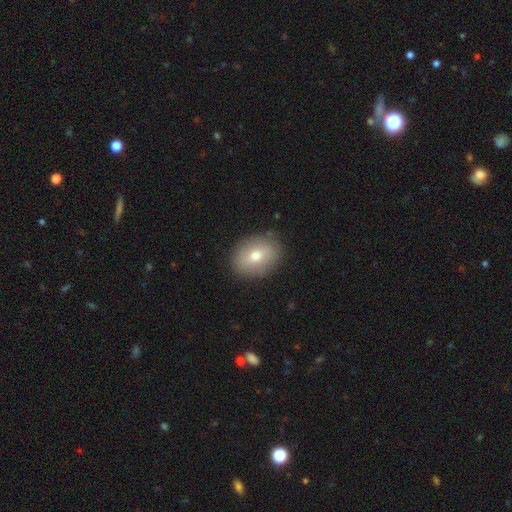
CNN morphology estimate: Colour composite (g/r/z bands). It shows a smooth galaxy with no disk features (71%) that is in between round and cigar-shaped (58%). Merging: none (87%).